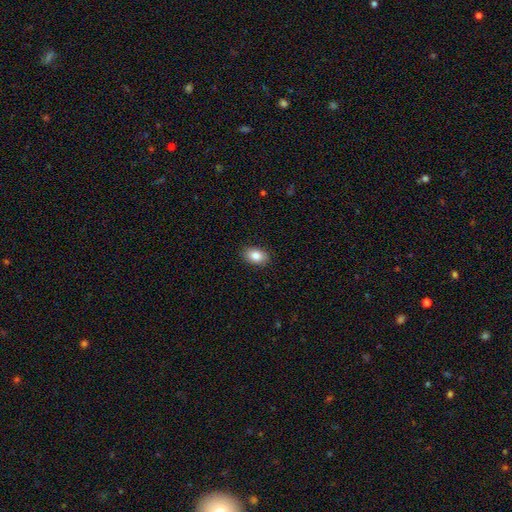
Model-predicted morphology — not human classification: A smooth galaxy with no disk features (85%) that is in between round and cigar-shaped (86%). Merging: none (88%).